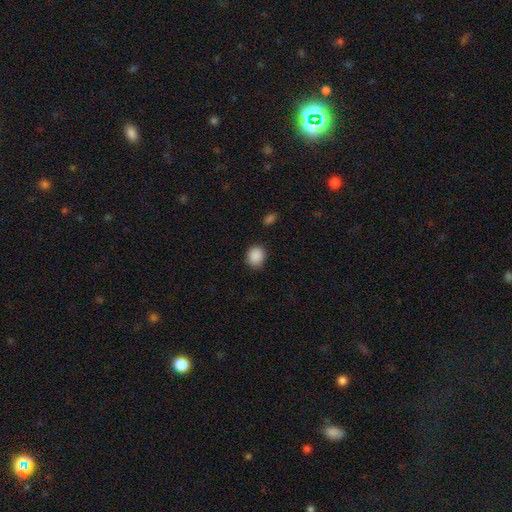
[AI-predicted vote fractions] smooth_or_featured: smooth (p=0.89) [alt: star or artifact p=0.09]
how_rounded: round (p=0.73) [alt: in between p=0.26]
merging: none (p=0.86) [alt: minor disturbance p=0.09]